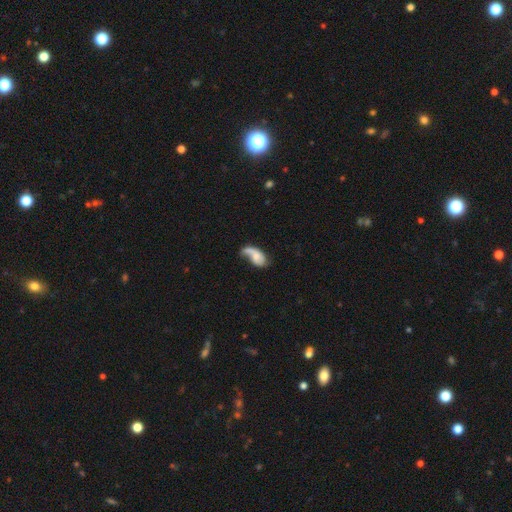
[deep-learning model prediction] Smooth or featured? Predicted: featured or disk (p=0.50). Merging? Predicted: major disturbance (p=0.33).